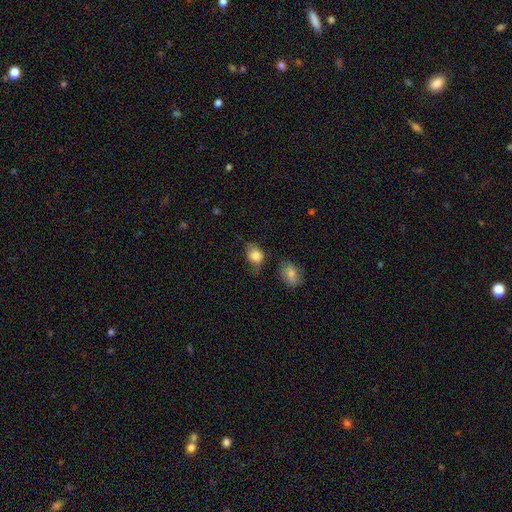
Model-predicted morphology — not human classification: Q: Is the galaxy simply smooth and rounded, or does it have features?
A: smooth — 80%.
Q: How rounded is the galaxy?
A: in between — 50%.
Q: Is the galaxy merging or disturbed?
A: none — 47%.